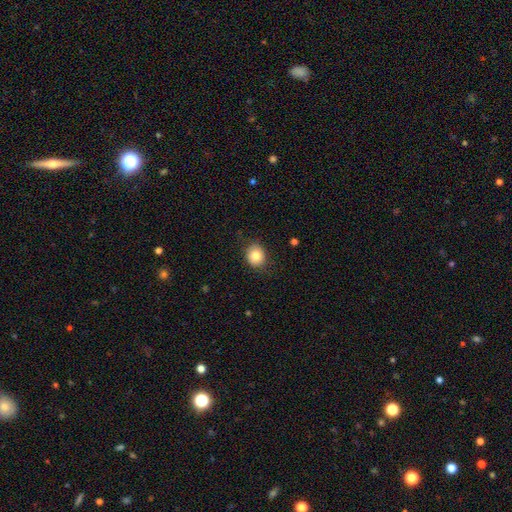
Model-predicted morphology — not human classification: smooth-or-featured: smooth: 80% | featured or disk: 11% | star or artifact: 9%
  how-rounded: round: 67% | in between: 32% | cigar-shaped: 1%
  merging: none: 83% | minor disturbance: 13% | major disturbance: 3% | merger: 1%